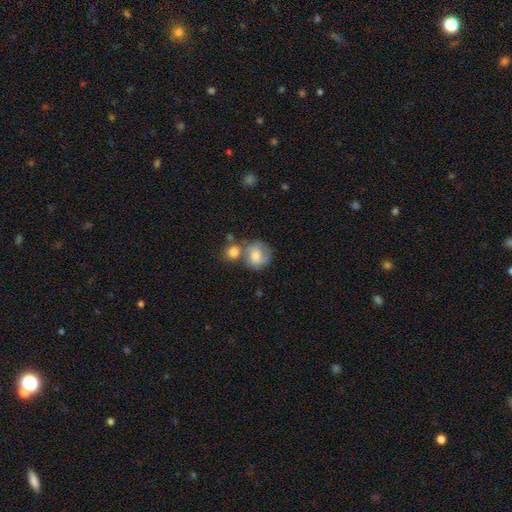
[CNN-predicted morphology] This is likely a smooth galaxy (61%). How rounded: likely round (80%). Merging: marginally none (38%).